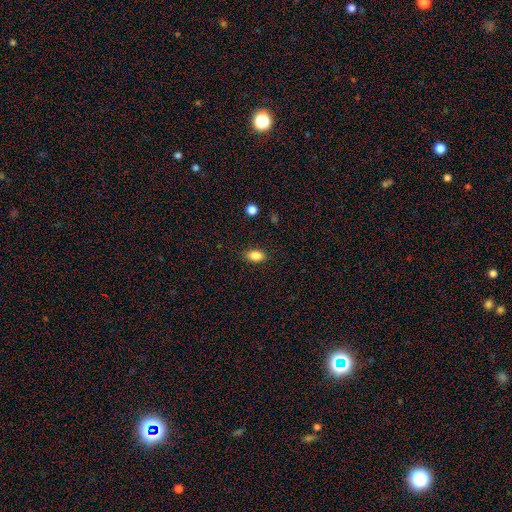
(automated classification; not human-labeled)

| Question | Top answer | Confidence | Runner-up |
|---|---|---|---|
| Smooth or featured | smooth | 86% | star or artifact (9%) |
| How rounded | in between | 88% | round (7%) |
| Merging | none | 87% | minor disturbance (10%) |